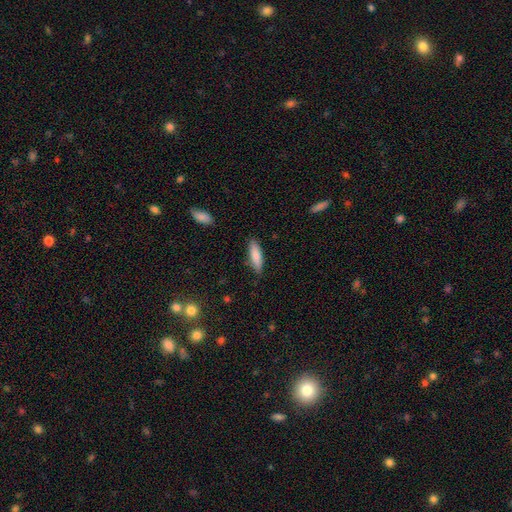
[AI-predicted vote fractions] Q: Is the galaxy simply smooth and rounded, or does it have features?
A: smooth — 83%.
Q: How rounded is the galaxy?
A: cigar-shaped — 62%.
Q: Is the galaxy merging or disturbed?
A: none — 84%.